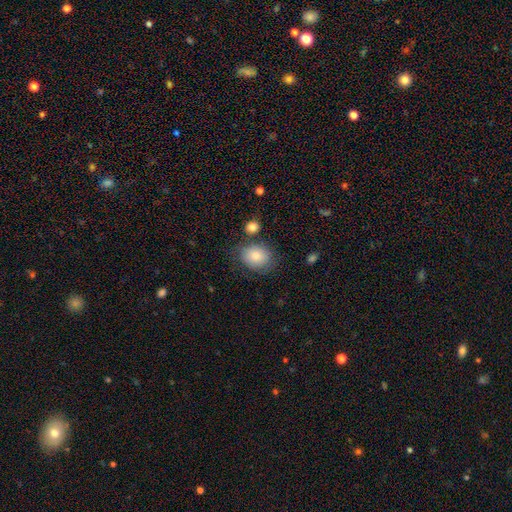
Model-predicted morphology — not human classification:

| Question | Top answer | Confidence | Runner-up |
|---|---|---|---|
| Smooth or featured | smooth | 77% | featured or disk (13%) |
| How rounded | in between | 58% | round (41%) |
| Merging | none | 71% | minor disturbance (17%) |